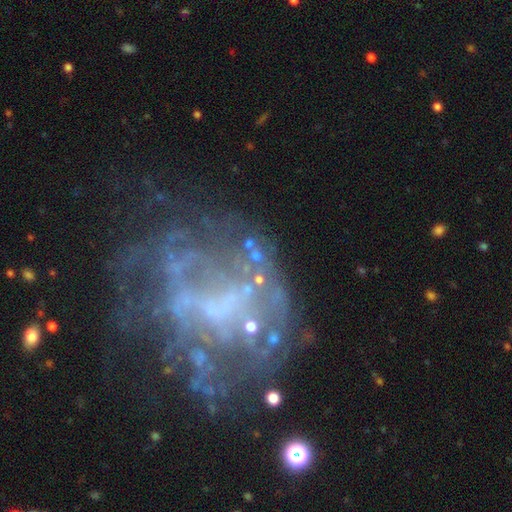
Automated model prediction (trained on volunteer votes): Morphology: type=featured or disk (41%); merging=none (56%).